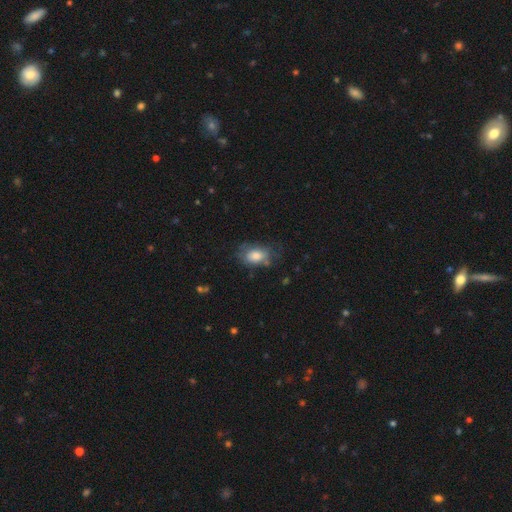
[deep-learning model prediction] smooth 76%, featured or disk 16%, star or artifact 8%. Down the decision tree: how rounded — in between (83%); merging — none (56%).